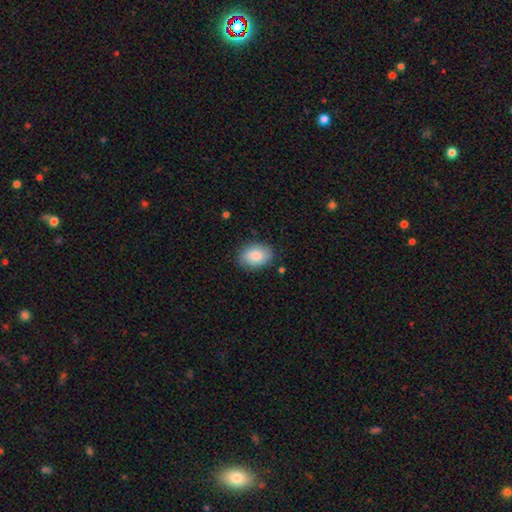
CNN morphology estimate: This is clearly a smooth galaxy (85%). How rounded: clearly in between (82%). Merging: clearly none (83%).